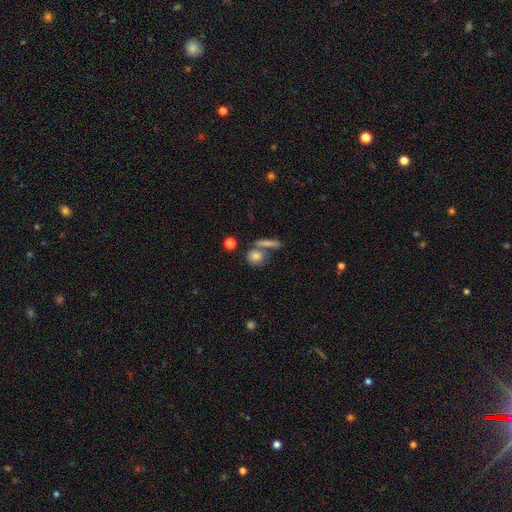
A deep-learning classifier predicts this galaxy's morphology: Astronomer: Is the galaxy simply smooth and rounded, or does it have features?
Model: smooth — 79%.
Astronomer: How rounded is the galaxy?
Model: round — 66%.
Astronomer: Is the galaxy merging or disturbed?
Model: none — 60%.